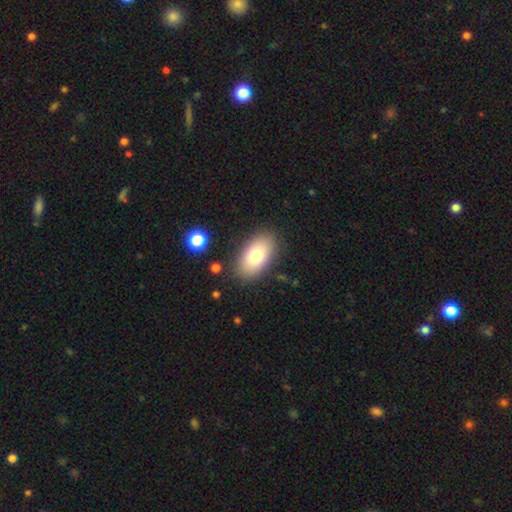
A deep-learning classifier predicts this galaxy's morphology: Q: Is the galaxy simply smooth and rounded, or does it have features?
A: smooth — 79%.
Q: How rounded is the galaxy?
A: in between — 94%.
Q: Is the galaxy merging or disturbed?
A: none — 85%.